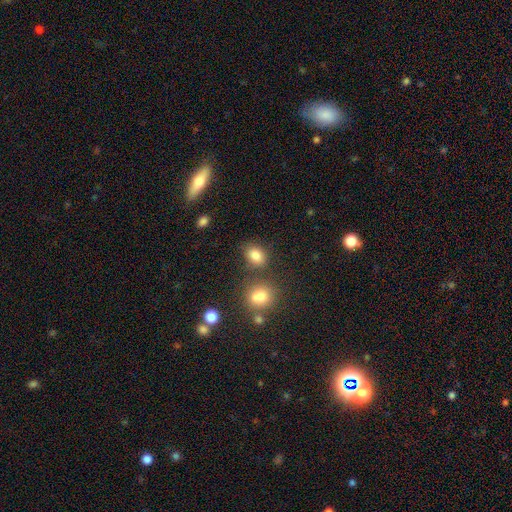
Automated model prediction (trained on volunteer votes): smooth 82%, star or artifact 12%, featured or disk 6%. Down the decision tree: how rounded — in between (62%); merging — none (71%).